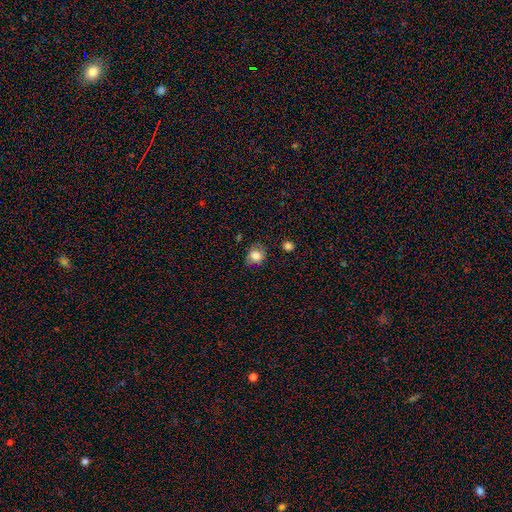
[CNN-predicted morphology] smooth_or_featured: smooth (p=0.80) [alt: featured or disk p=0.10]
how_rounded: round (p=0.61) [alt: in between p=0.38]
merging: none (p=0.70) [alt: minor disturbance p=0.23]